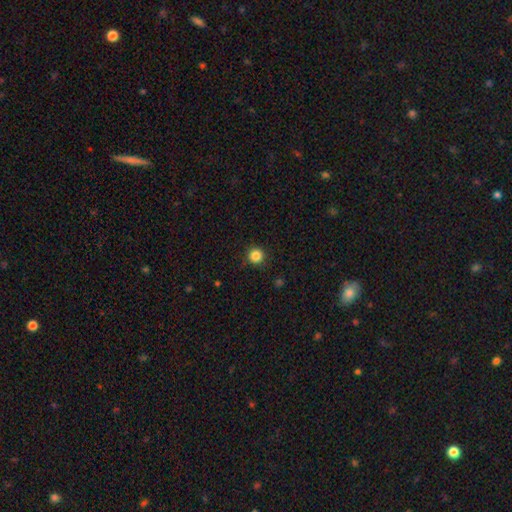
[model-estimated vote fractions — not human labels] smooth_or_featured: smooth (p=0.85) [alt: star or artifact p=0.12]
how_rounded: round (p=0.95) [alt: in between p=0.04]
merging: none (p=0.90) [alt: minor disturbance p=0.06]